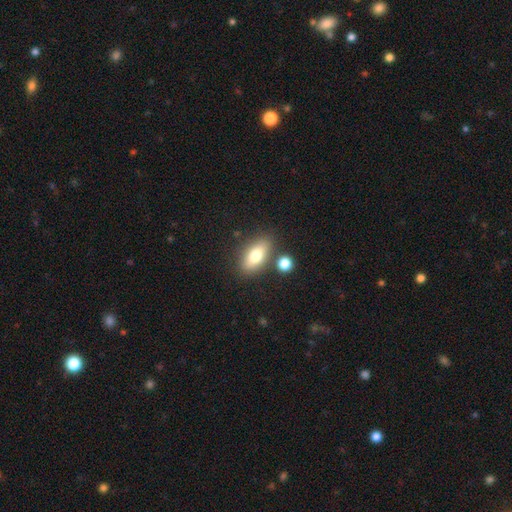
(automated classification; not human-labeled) Smooth or featured?
  - smooth: 73% *
  - featured or disk: 19%
  - star or artifact: 8%
How rounded?
  - in between: 81% *
  - cigar-shaped: 14%
  - round: 6%
Merging?
  - none: 76% *
  - minor disturbance: 11%
  - merger: 9%
  - major disturbance: 3%